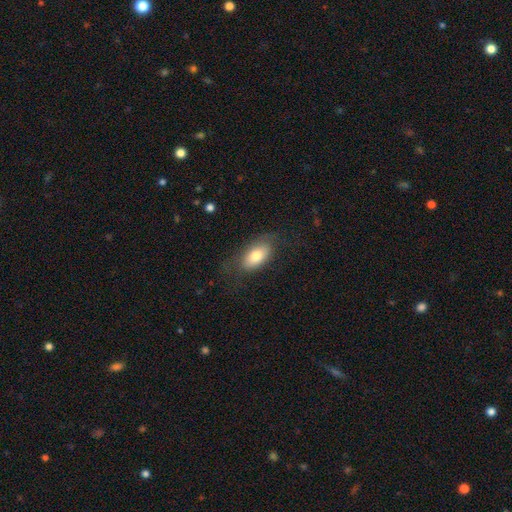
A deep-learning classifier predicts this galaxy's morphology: Smooth or featured: smooth — 72% (featured or disk — 21%)
How rounded: in between — 91% (cigar-shaped — 5%)
Merging: none — 68% (minor disturbance — 20%)